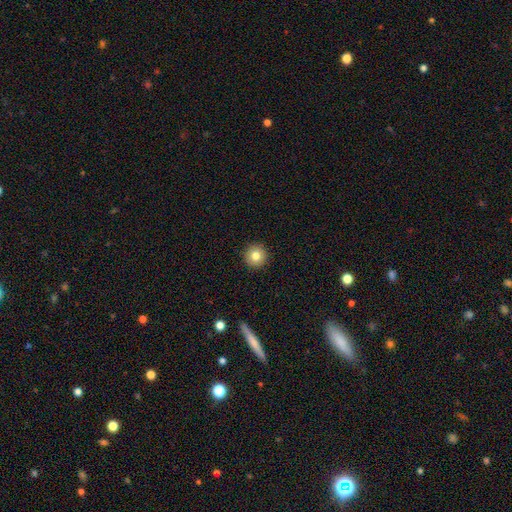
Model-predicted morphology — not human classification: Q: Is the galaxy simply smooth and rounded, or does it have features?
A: smooth — 81%.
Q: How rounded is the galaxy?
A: round — 96%.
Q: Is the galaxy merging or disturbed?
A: none — 93%.